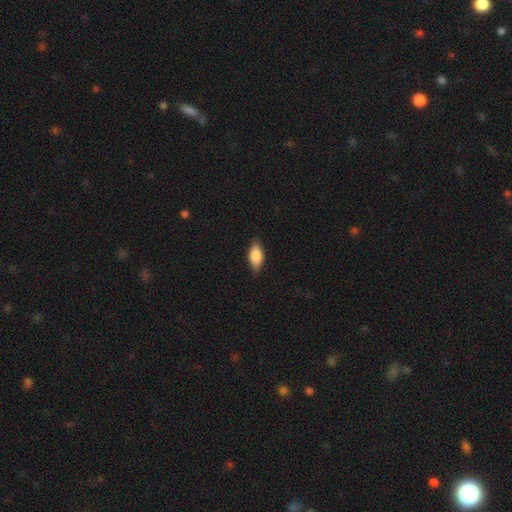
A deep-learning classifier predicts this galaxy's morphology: Smooth or featured?
  - smooth: 76% *
  - featured or disk: 17%
  - star or artifact: 7%
How rounded?
  - in between: 83% *
  - cigar-shaped: 13%
  - round: 3%
Merging?
  - none: 82% *
  - minor disturbance: 14%
  - major disturbance: 3%
  - merger: 1%